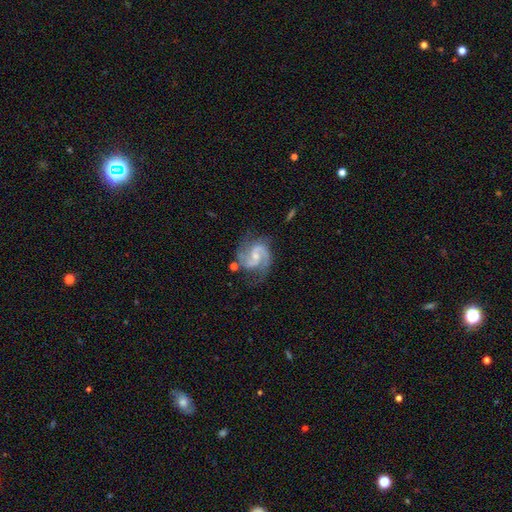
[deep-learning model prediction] The model was most divided on "bar": weak: 48%, no: 42%, strong: 10%. More confident: edge-on disk — no (98%); spiral arms — yes (98%); smooth or featured — featured or disk (90%); spiral arm count — 2 (87%); merging — none (66%); spiral winding — medium (61%); bulge size — small (54%).